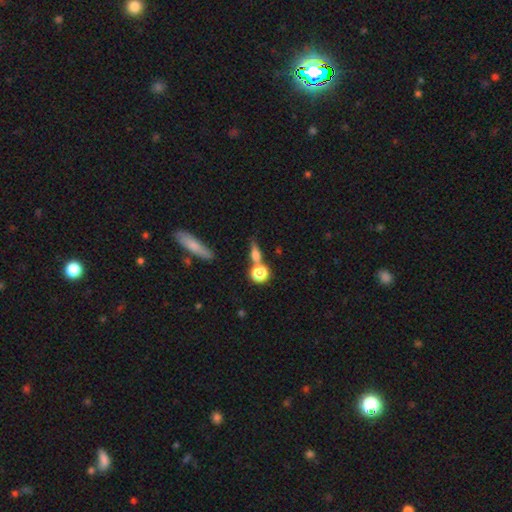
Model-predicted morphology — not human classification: Smooth or featured? smooth (58%)
How rounded? round (39%)
Merging? none (59%)